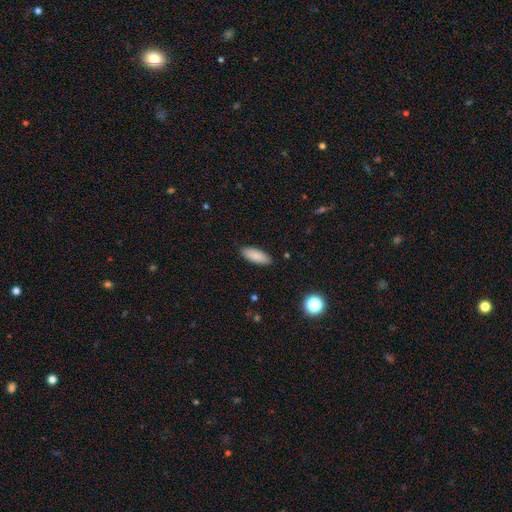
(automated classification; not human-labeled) smooth_or_featured: smooth (p=0.88) [alt: star or artifact p=0.07]
how_rounded: in between (p=0.76) [alt: cigar-shaped p=0.22]
merging: none (p=0.89) [alt: minor disturbance p=0.09]